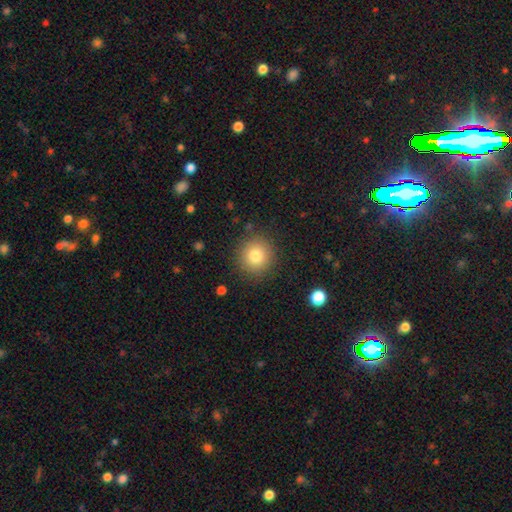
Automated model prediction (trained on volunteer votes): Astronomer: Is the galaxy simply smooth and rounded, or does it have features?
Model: smooth — 80%.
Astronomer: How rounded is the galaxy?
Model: round — 92%.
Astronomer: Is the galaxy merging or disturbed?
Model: none — 88%.